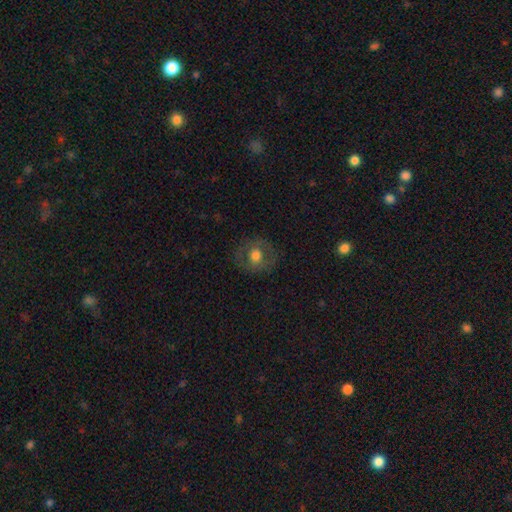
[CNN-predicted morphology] Smooth or featured: smooth — 56% (featured or disk — 34%)
How rounded: round — 81% (in between — 18%)
Merging: none — 80% (minor disturbance — 12%)